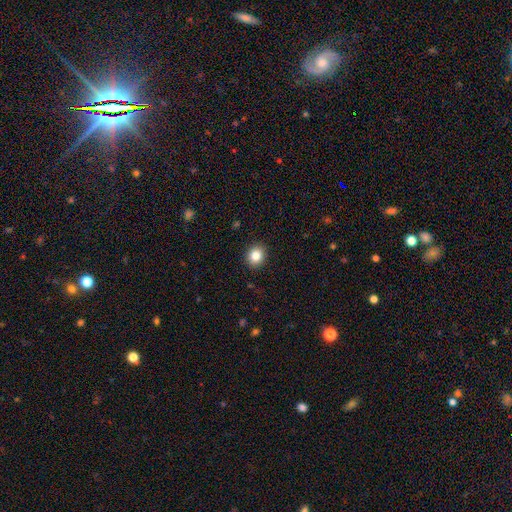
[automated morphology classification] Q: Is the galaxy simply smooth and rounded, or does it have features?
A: smooth — 83%.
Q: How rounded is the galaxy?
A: round — 74%.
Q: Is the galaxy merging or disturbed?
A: none — 91%.